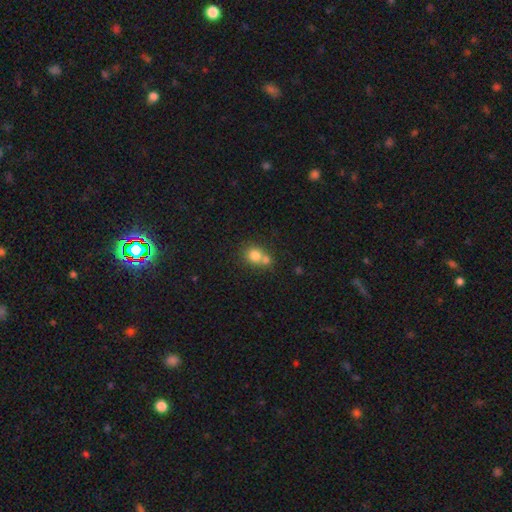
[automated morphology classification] The model was most divided on "merging": merger: 49%, none: 39%, minor disturbance: 8%, major disturbance: 3%. More confident: how rounded — round (79%); smooth or featured — smooth (78%).